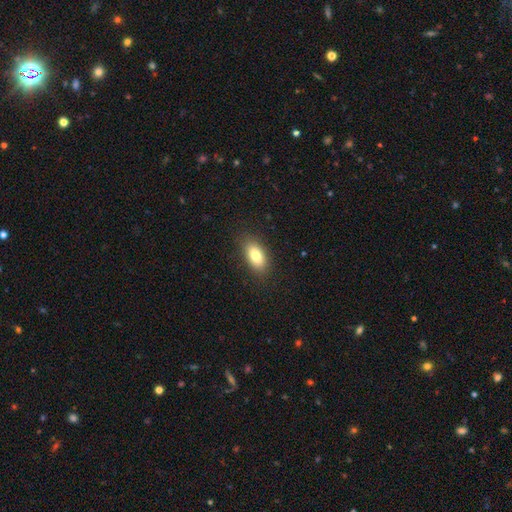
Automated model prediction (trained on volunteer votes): Smooth or featured?
  - smooth: 81% *
  - featured or disk: 11%
  - star or artifact: 8%
How rounded?
  - in between: 89% *
  - cigar-shaped: 5%
  - round: 5%
Merging?
  - none: 86% *
  - minor disturbance: 10%
  - major disturbance: 3%
  - merger: 1%